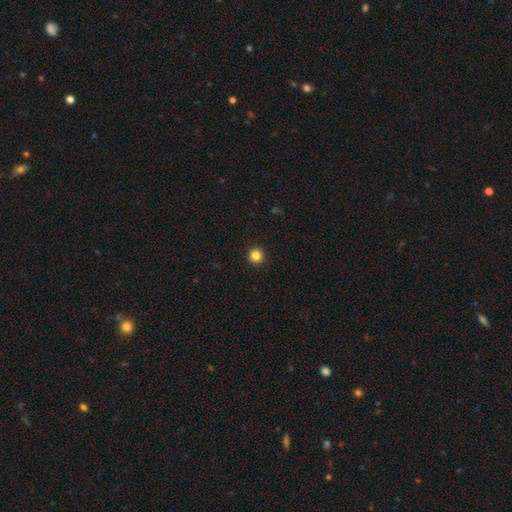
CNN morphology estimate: The model was most divided on "smooth or featured": smooth: 84%, star or artifact: 12%, featured or disk: 4%. More confident: how rounded — round (96%); merging — none (93%).